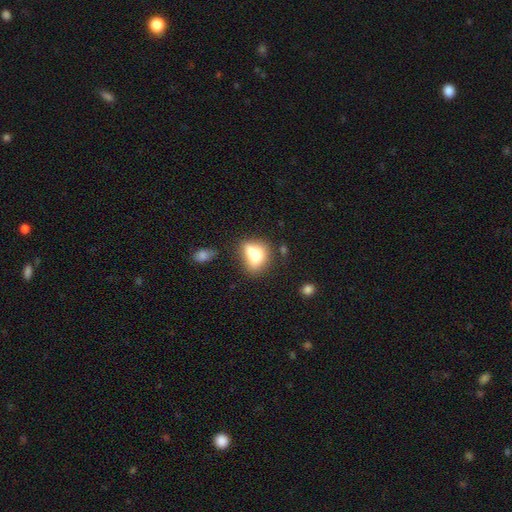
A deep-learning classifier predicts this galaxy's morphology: smooth_or_featured: smooth (p=0.70) [alt: featured or disk p=0.20]
how_rounded: in between (p=0.69) [alt: round p=0.27]
merging: none (p=0.37) [alt: merger p=0.32]